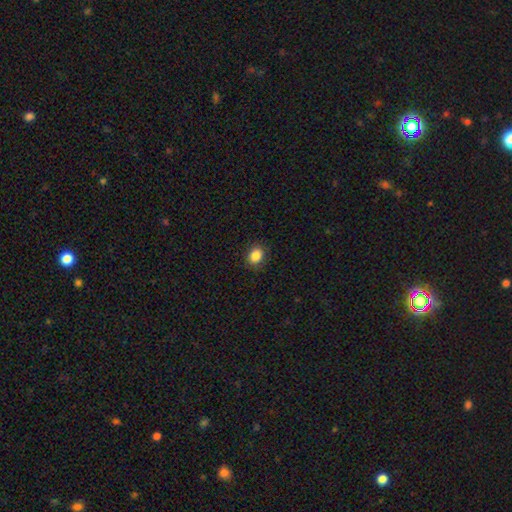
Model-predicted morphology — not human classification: Smooth or featured: smooth — 86% (star or artifact — 10%)
How rounded: round — 51% (in between — 48%)
Merging: none — 87% (minor disturbance — 9%)